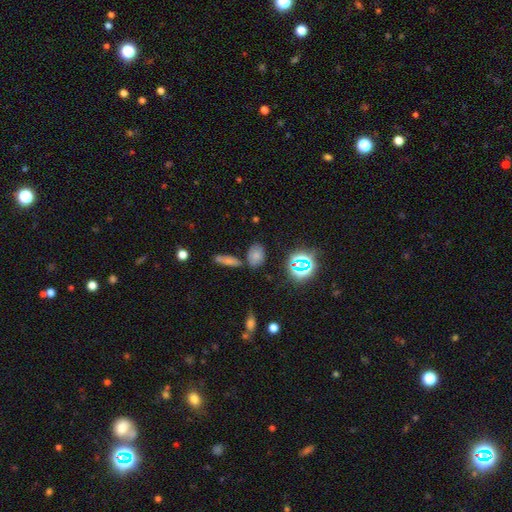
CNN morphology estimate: smooth_or_featured: smooth (p=0.66) [alt: star or artifact p=0.23]
how_rounded: in between (p=0.74) [alt: round p=0.23]
merging: none (p=0.73) [alt: minor disturbance p=0.13]